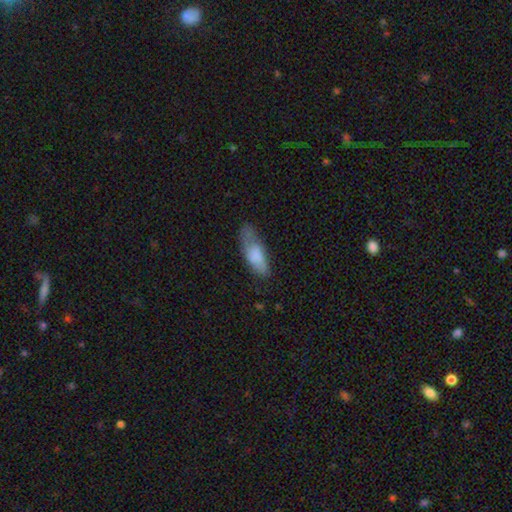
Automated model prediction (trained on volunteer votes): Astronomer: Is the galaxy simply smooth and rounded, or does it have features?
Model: smooth — 75%.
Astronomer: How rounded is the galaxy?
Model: in between — 72%.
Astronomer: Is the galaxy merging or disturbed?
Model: none — 45% (runner-up: minor disturbance, 35%).